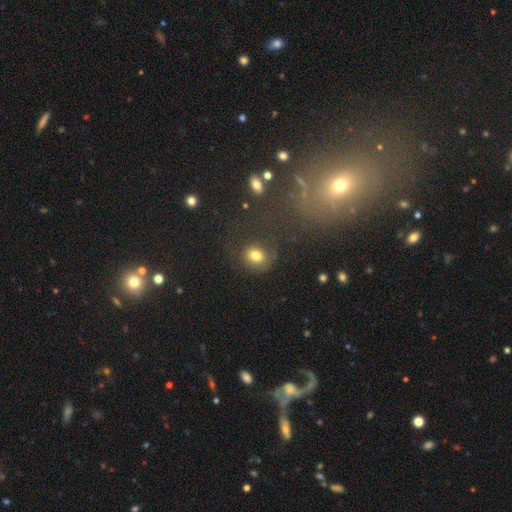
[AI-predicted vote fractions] A smooth galaxy with no disk features (79%) that is round (72%).

Vote fractions:
- Smooth or featured? smooth: 79% / star or artifact: 13% / featured or disk: 8%
- How rounded? round: 72% / in between: 27% / cigar-shaped: 1%
- Merging? none: 72% / minor disturbance: 16% / major disturbance: 8% / merger: 4%